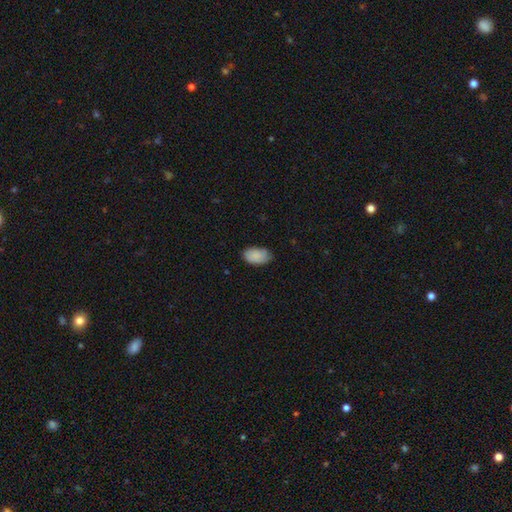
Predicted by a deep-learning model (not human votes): smooth_or_featured: smooth (p=0.88) [alt: star or artifact p=0.07]
how_rounded: in between (p=0.93) [alt: round p=0.05]
merging: none (p=0.75) [alt: minor disturbance p=0.21]